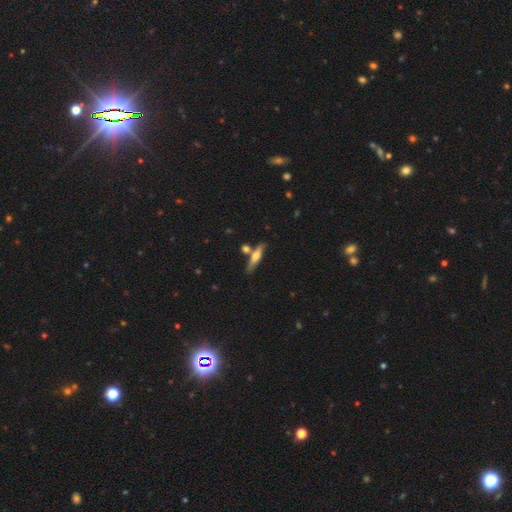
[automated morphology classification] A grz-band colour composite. It shows a smooth galaxy with no disk features (48%). Merging: none (71%).